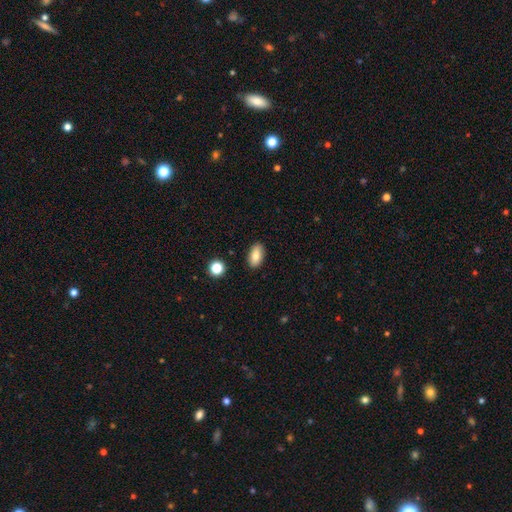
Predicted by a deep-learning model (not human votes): Smooth or featured? smooth (82%)
How rounded? in between (91%)
Merging? none (88%)